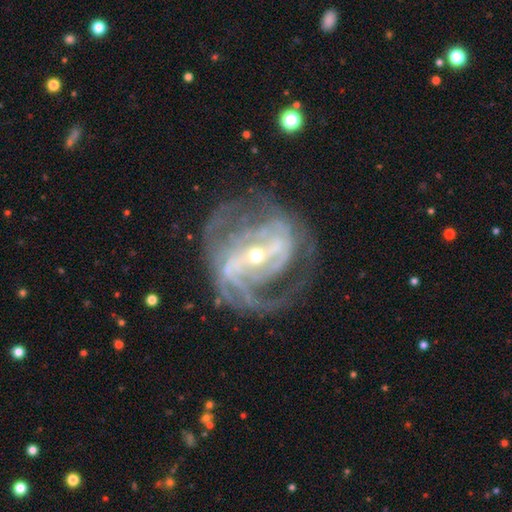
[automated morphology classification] This is clearly a featured or disk galaxy (88%). It is clearly not viewed edge-on (95%). Bar: likely strong (65%). Spiral arm pattern: clearly yes (91%). Spiral arm count: possibly 2 (46%). Spiral winding: marginally medium (42%). Central bulge: likely small (66%). Merging: possibly none (56%).